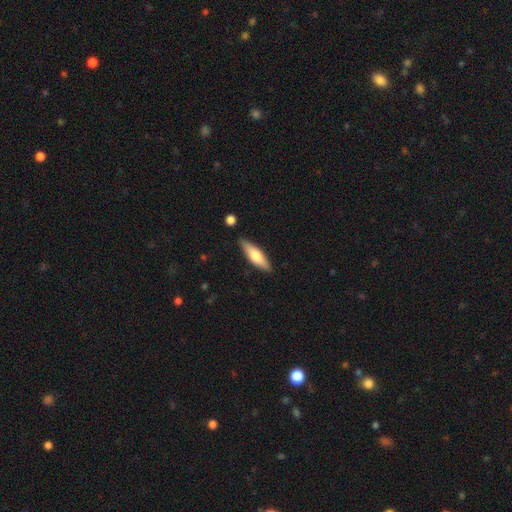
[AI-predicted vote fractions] The model was most divided on "how rounded": cigar-shaped: 58%, in between: 40%, round: 2%. More confident: merging — none (85%); smooth or featured — smooth (62%).